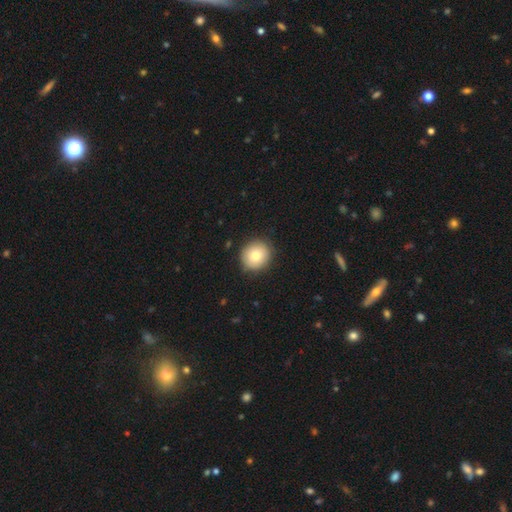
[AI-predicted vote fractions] Smooth or featured: smooth — 78% (featured or disk — 13%)
How rounded: round — 88% (in between — 11%)
Merging: none — 87% (minor disturbance — 10%)